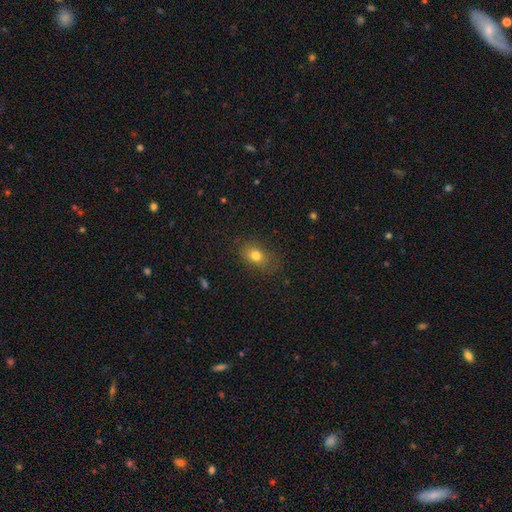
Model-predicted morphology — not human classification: type=smooth (78%); roundness=in between (67%); merging=none (67%).